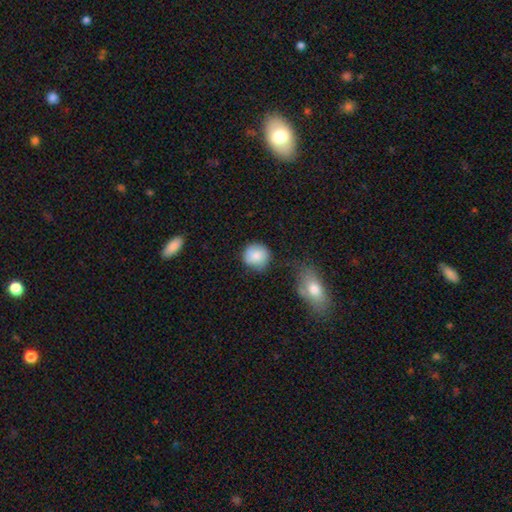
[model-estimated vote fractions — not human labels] Smooth or featured? smooth (86%)
How rounded? round (90%)
Merging? none (71%)